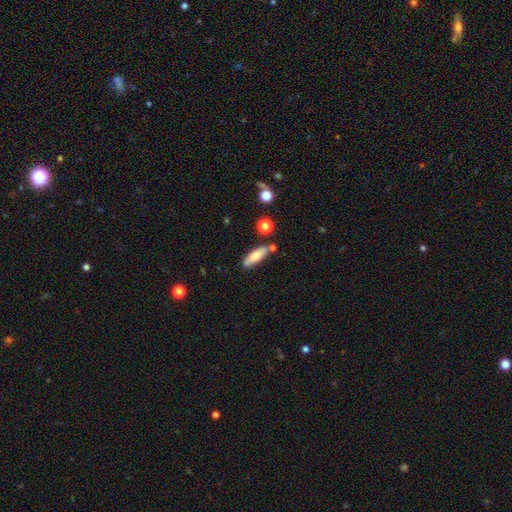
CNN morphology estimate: A smooth galaxy with no disk features (74%) that is in between round and cigar-shaped (54%).

Vote fractions:
- Smooth or featured? smooth: 74% / featured or disk: 19% / star or artifact: 7%
- How rounded? in between: 54% / cigar-shaped: 43% / round: 2%
- Merging? none: 70% / minor disturbance: 17% / merger: 9% / major disturbance: 4%